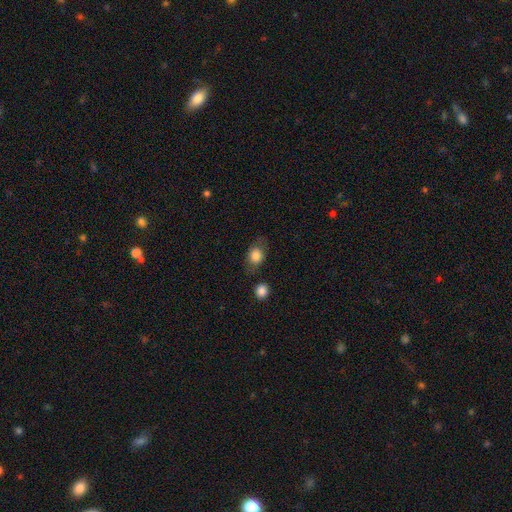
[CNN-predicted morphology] Smooth or featured? Predicted: smooth (p=0.77). How rounded? Predicted: in between (p=0.58). Merging? Predicted: none (p=0.68).